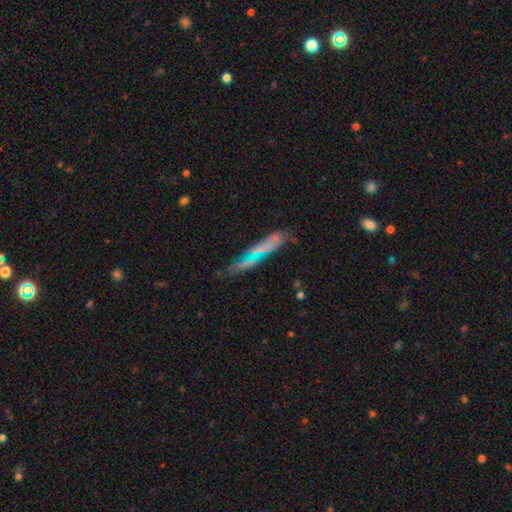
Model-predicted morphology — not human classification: smooth_or_featured: smooth (p=0.48) [alt: featured or disk p=0.41]
merging: none (p=0.59) [alt: minor disturbance p=0.20]